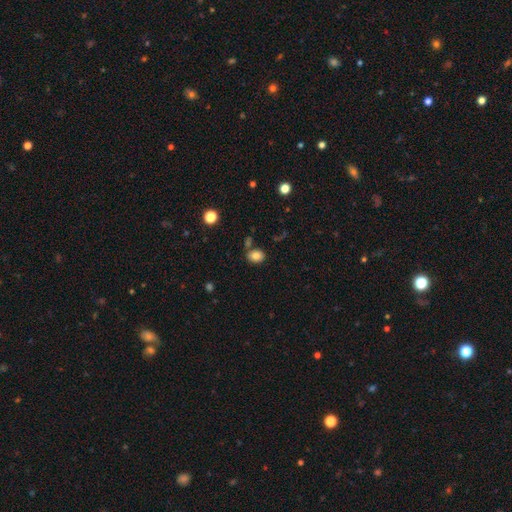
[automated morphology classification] A smooth galaxy with no disk features (82%) that is in between round and cigar-shaped (55%). Merging: none (73%).